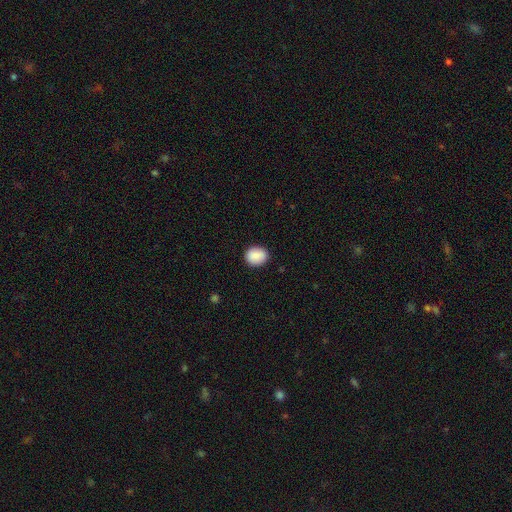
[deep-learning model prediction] smooth-or-featured: smooth: 89% | star or artifact: 7% | featured or disk: 4%
  how-rounded: round: 61% | in between: 38% | cigar-shaped: 1%
  merging: none: 87% | minor disturbance: 10% | major disturbance: 2% | merger: 1%